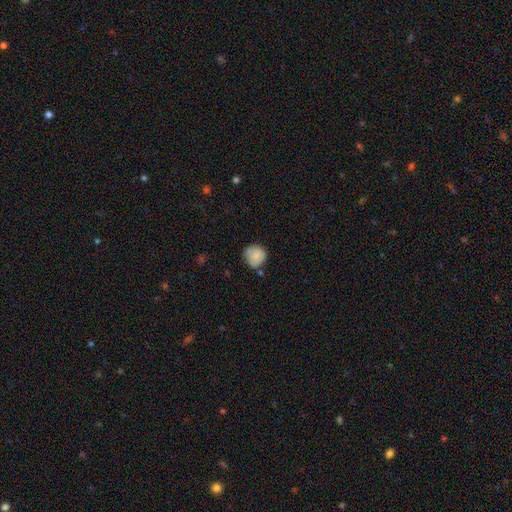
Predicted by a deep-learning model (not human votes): The model was most divided on "merging": none: 65%, minor disturbance: 25%, merger: 5%, major disturbance: 5%. More confident: how rounded — round (88%); smooth or featured — smooth (84%).